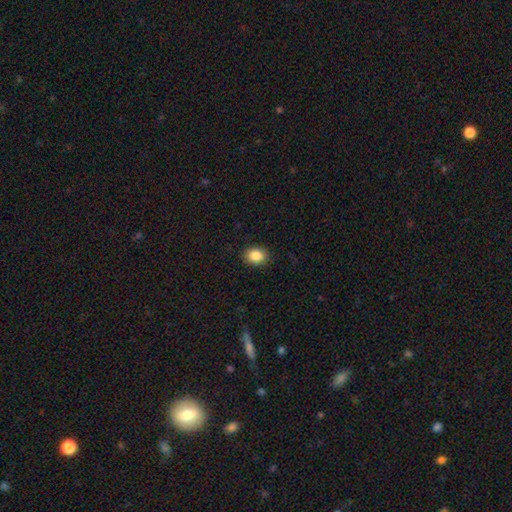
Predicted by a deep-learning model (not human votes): This is clearly a smooth galaxy (88%). How rounded: likely in between (62%). Merging: clearly none (89%).